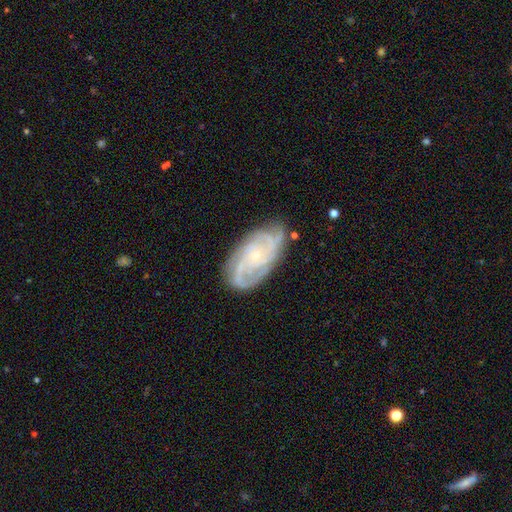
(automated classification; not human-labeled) A featured or disk galaxy (85%) with no bar (73%), 3 (33%) tight (62%) spiral arms (97%) and a small central bulge (80%).

Vote fractions:
- Smooth or featured? featured or disk: 85% / smooth: 9% / star or artifact: 6%
- Edge-on disk? no: 96% / yes: 4%
- Bar? no: 73% / weak: 22% / strong: 5%
- Spiral arms? yes: 97% / no: 3%
- Spiral winding? tight: 62% / medium: 32% / loose: 6%
- Spiral arm count? 3: 33% / can't tell: 20% / 2: 19% / 4: 17% / more than 4: 6% / 1: 6%
- Bulge size? small: 80% / moderate: 15% / none: 3% / large: 1% / dominant: 1%
- Merging? none: 76% / minor disturbance: 18% / major disturbance: 5% / merger: 1%